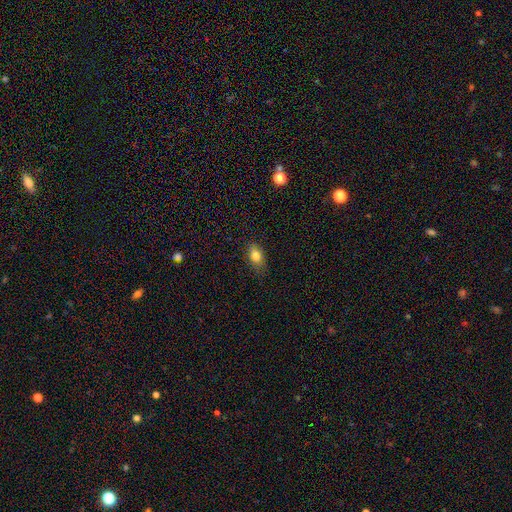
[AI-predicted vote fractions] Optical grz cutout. It shows a smooth galaxy with no disk features (79%) that is in between round and cigar-shaped (83%). Merging: none (80%).